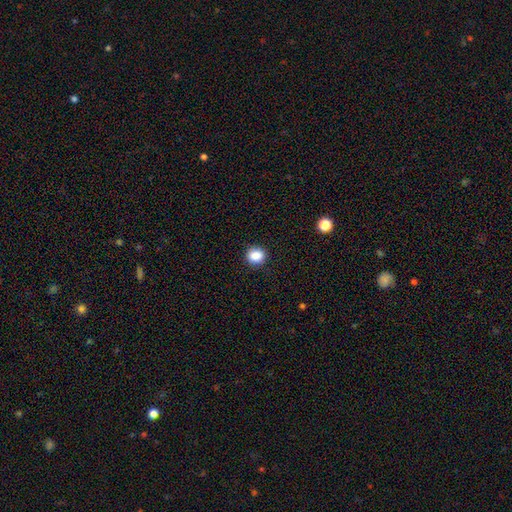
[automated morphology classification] smooth_or_featured: smooth (p=0.87) [alt: star or artifact p=0.09]
how_rounded: round (p=0.78) [alt: in between p=0.21]
merging: none (p=0.90) [alt: minor disturbance p=0.07]